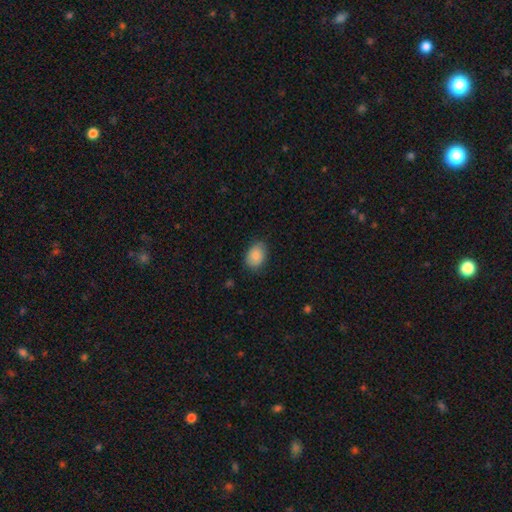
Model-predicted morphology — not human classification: Q: Smooth or featured?
A: smooth (88%); runner-up: star or artifact (7%)
Q: How rounded?
A: in between (77%); runner-up: round (23%)
Q: Merging?
A: none (80%); runner-up: minor disturbance (15%)